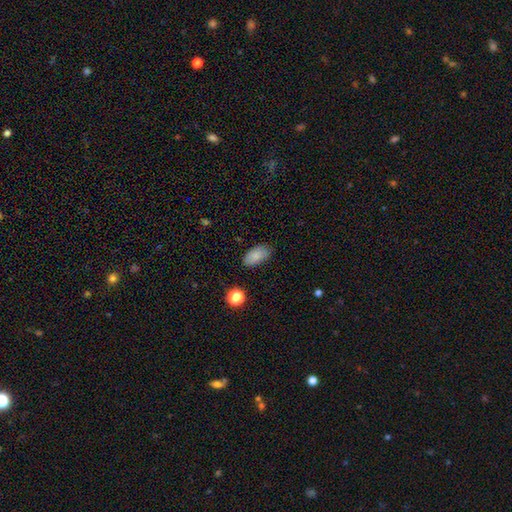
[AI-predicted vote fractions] The model was most divided on "merging": none: 82%, minor disturbance: 13%, major disturbance: 3%, merger: 2%. More confident: how rounded — in between (93%); smooth or featured — smooth (84%).